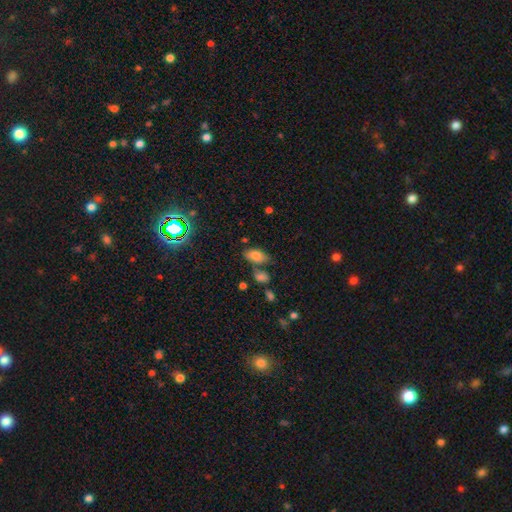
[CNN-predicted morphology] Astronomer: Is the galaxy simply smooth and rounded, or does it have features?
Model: smooth — 77%.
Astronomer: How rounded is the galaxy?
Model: in between — 91%.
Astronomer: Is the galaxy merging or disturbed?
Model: none — 58%.